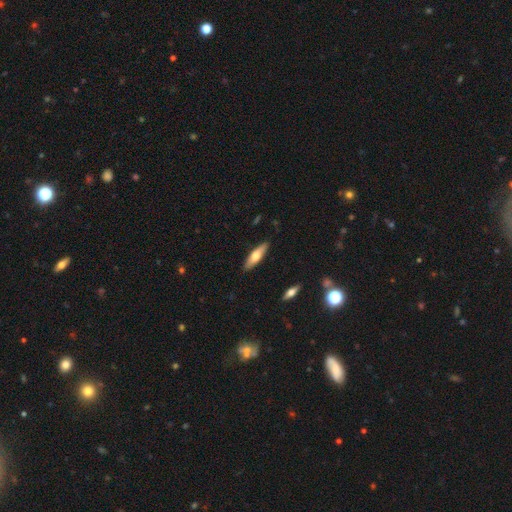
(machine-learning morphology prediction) A smooth galaxy with no disk features (60%) that is cigar-shaped (59%).

Vote fractions:
- Smooth or featured? smooth: 60% / featured or disk: 34% / star or artifact: 6%
- How rounded? cigar-shaped: 59% / in between: 39% / round: 2%
- Merging? none: 88% / minor disturbance: 9% / major disturbance: 2% / merger: 1%